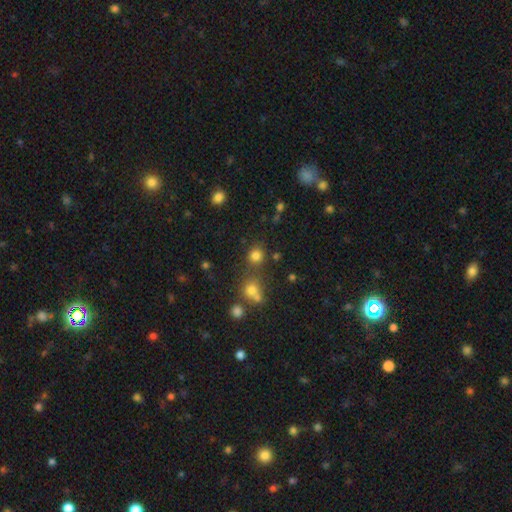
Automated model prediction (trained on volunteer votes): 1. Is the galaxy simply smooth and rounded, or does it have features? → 78% smooth, 16% star or artifact, 6% featured or disk.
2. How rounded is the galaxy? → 82% round, 17% in between, 1% cigar-shaped.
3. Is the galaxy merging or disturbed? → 73% none, 13% merger, 10% minor disturbance, 4% major disturbance.